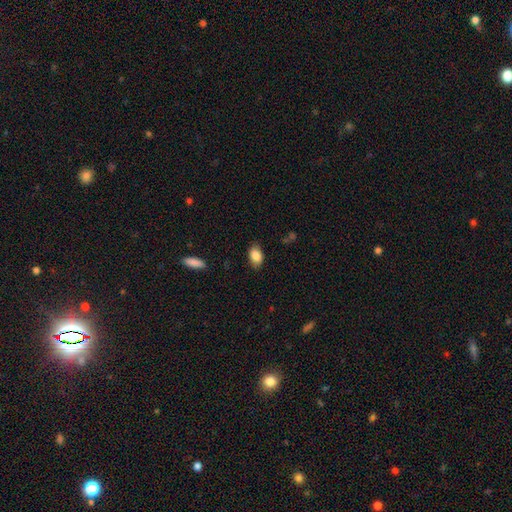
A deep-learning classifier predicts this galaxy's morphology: Overall: smooth (87%). How rounded: in between (90%). Merging: none (83%).